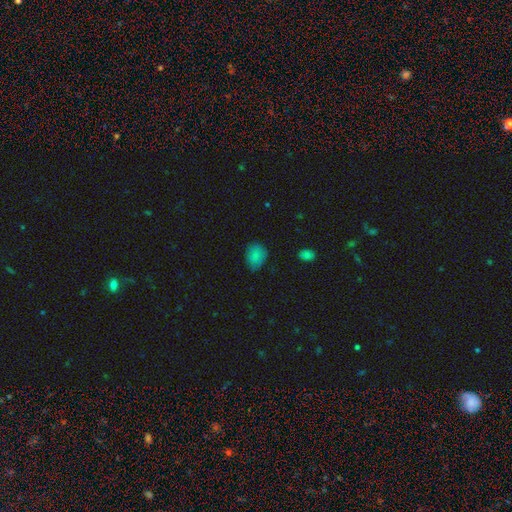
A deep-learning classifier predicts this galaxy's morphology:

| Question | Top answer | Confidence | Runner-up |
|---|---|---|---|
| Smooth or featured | smooth | 82% | star or artifact (11%) |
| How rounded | in between | 57% | round (42%) |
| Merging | none | 66% | minor disturbance (27%) |